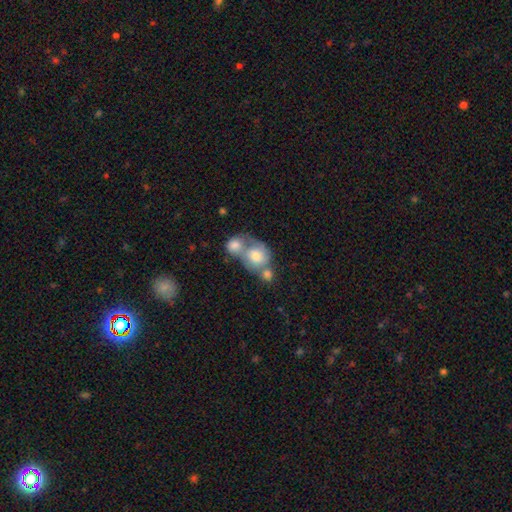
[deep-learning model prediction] A smooth galaxy with no disk features (66%) that is round (56%).

Vote fractions:
- Smooth or featured? smooth: 66% / featured or disk: 25% / star or artifact: 9%
- How rounded? round: 56% / in between: 43% / cigar-shaped: 1%
- Merging? merger: 69% / none: 17% / minor disturbance: 8% / major disturbance: 6%